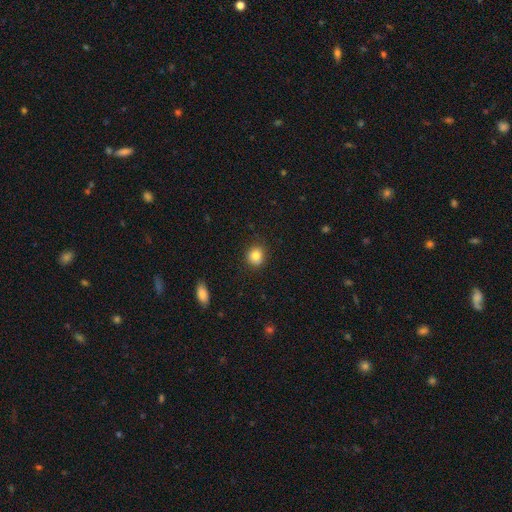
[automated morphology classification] Overall: smooth (83%). How rounded: round (84%). Merging: none (88%).